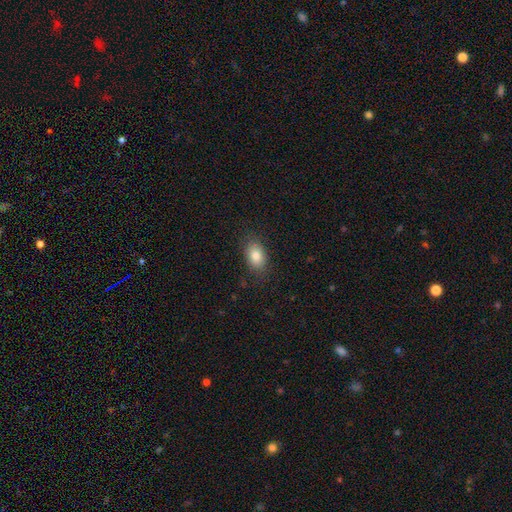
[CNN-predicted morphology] smooth 82%, featured or disk 9%, star or artifact 9%. Down the decision tree: how rounded — in between (85%); merging — none (82%).